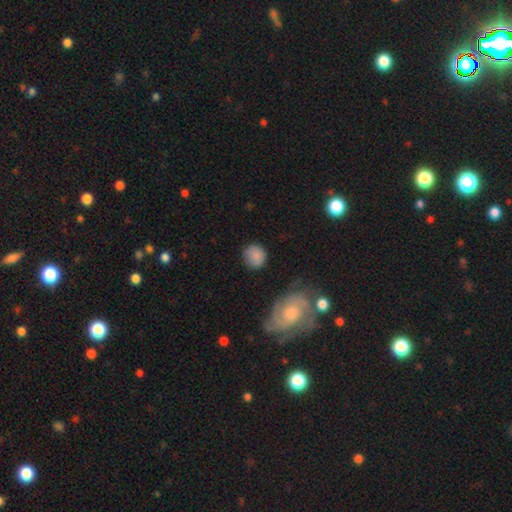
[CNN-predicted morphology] smooth 82%, featured or disk 10%, star or artifact 8%. Down the decision tree: how rounded — round (85%); merging — none (79%).